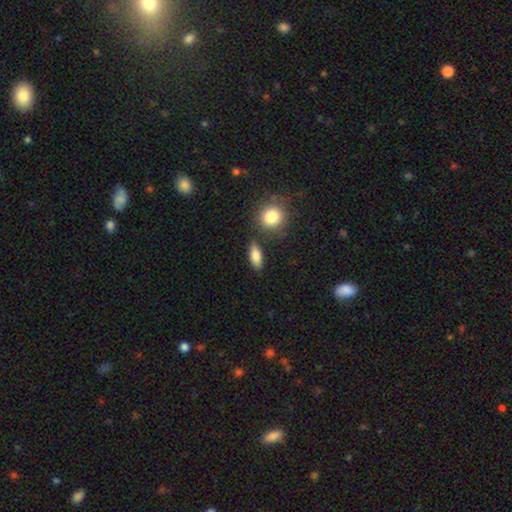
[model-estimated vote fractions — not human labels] Smooth or featured? Predicted: smooth (p=0.84). How rounded? Predicted: in between (p=0.76). Merging? Predicted: none (p=0.80).